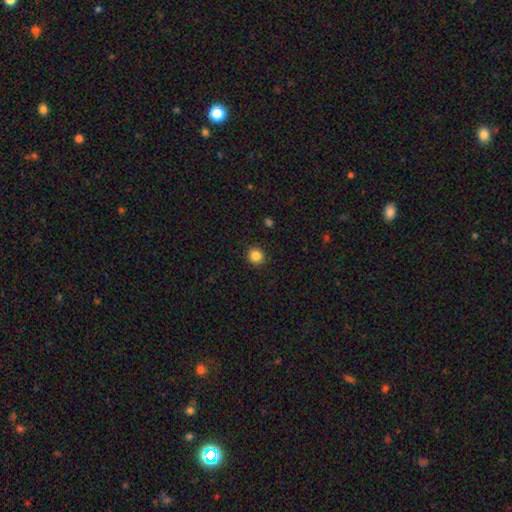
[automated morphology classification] Smooth or featured? smooth (85%)
How rounded? round (92%)
Merging? none (91%)